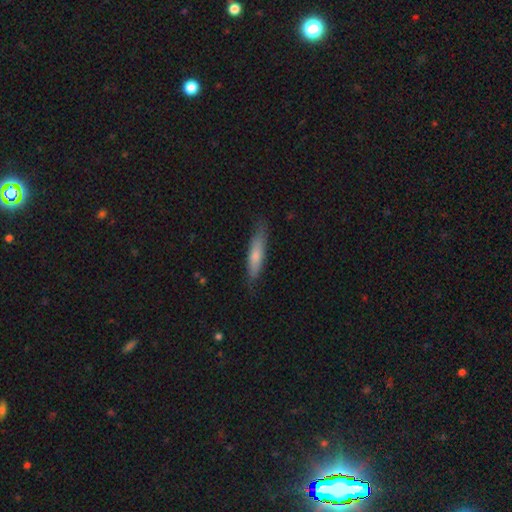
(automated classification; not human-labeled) This is likely a smooth galaxy (69%). How rounded: clearly cigar-shaped (80%). Merging: likely none (79%).